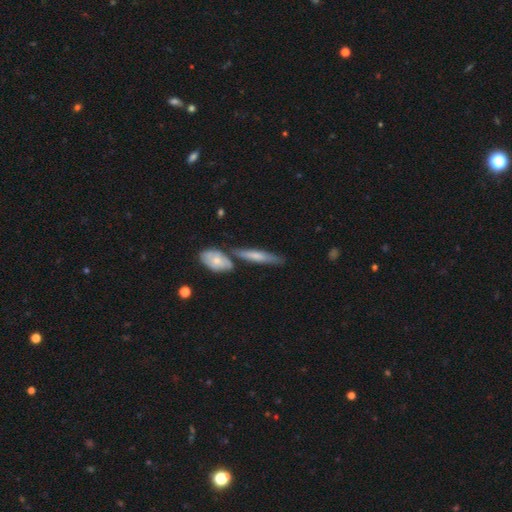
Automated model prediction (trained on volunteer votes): A smooth galaxy with no disk features (54%) that is cigar-shaped (80%). Merging: none (62%).